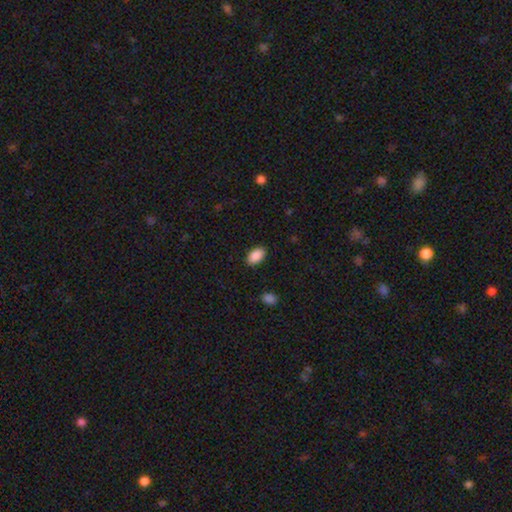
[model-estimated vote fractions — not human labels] This is clearly a smooth galaxy (90%). How rounded: clearly in between (94%). Merging: clearly none (88%).